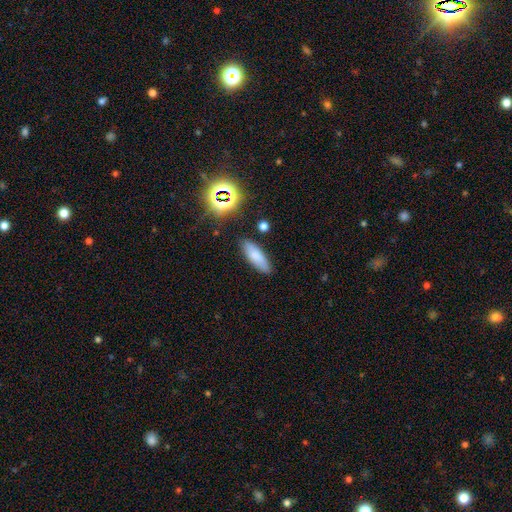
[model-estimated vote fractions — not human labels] This appears to be a smooth galaxy with no disk features (79%) that is in between round and cigar-shaped (59%). Merging: none (85%).